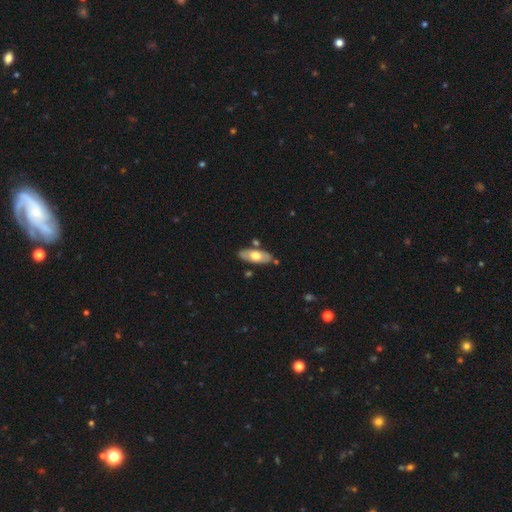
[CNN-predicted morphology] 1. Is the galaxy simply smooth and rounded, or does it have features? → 56% smooth, 39% featured or disk, 5% star or artifact.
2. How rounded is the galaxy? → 81% in between, 16% cigar-shaped, 2% round.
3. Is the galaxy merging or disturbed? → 81% none, 12% minor disturbance, 5% merger, 2% major disturbance.